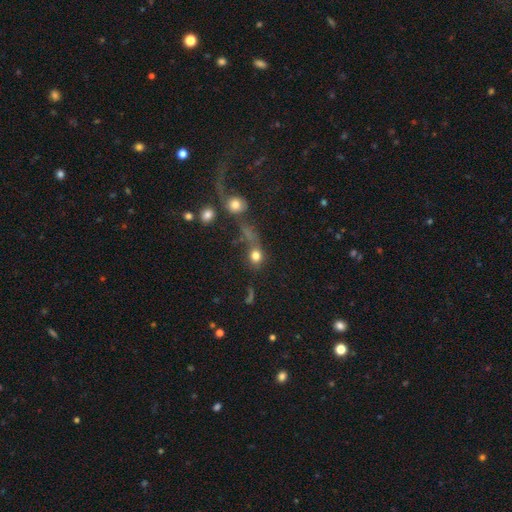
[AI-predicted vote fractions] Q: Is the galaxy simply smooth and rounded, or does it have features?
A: smooth — 76%.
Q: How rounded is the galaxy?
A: round — 74%.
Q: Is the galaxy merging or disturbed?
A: none — 49%.